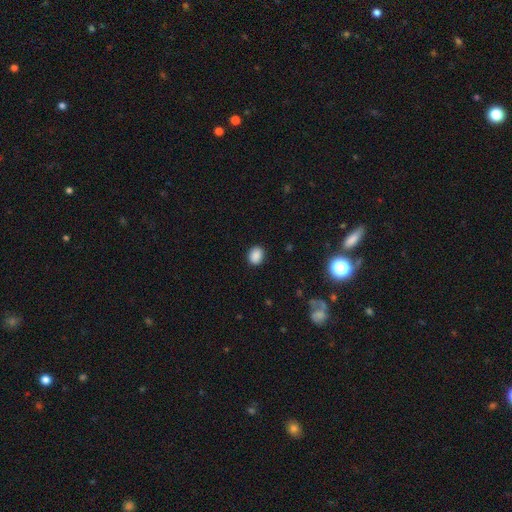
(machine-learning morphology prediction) smooth-or-featured: smooth: 88% | star or artifact: 9% | featured or disk: 3%
  how-rounded: in between: 50% | round: 49% | cigar-shaped: 1%
  merging: none: 88% | minor disturbance: 9% | major disturbance: 2% | merger: 1%